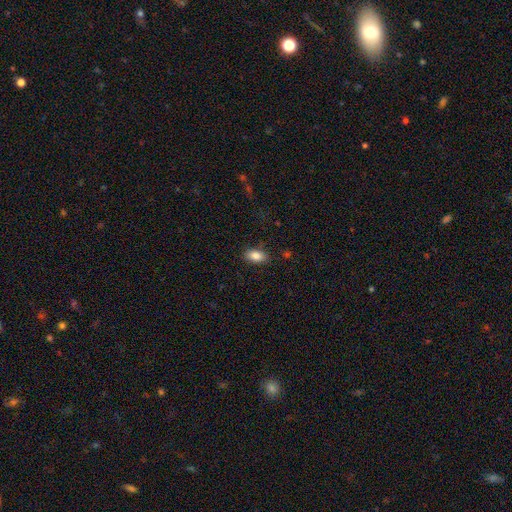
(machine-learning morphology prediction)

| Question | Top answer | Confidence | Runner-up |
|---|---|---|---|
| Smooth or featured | smooth | 85% | star or artifact (8%) |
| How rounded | in between | 91% | round (6%) |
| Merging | none | 85% | minor disturbance (10%) |